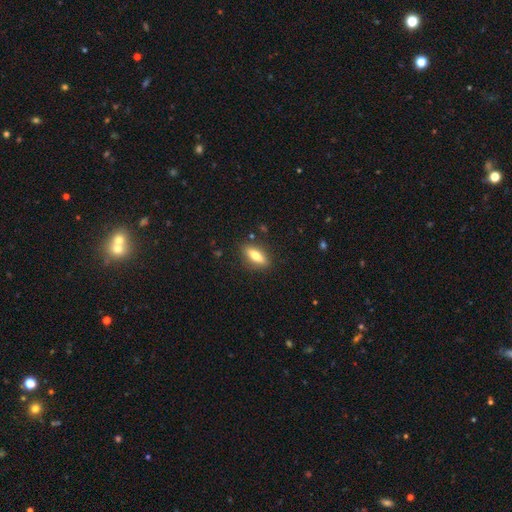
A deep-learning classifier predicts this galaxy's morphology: The model was most divided on "how rounded": in between: 64%, cigar-shaped: 33%, round: 4%. More confident: merging — none (86%); smooth or featured — smooth (64%).